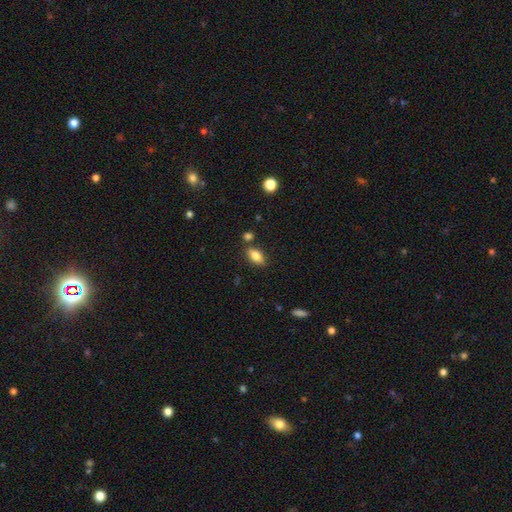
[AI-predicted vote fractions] Q: Smooth or featured?
A: smooth (84%); runner-up: featured or disk (8%)
Q: How rounded?
A: in between (89%); runner-up: round (5%)
Q: Merging?
A: none (78%); runner-up: minor disturbance (12%)